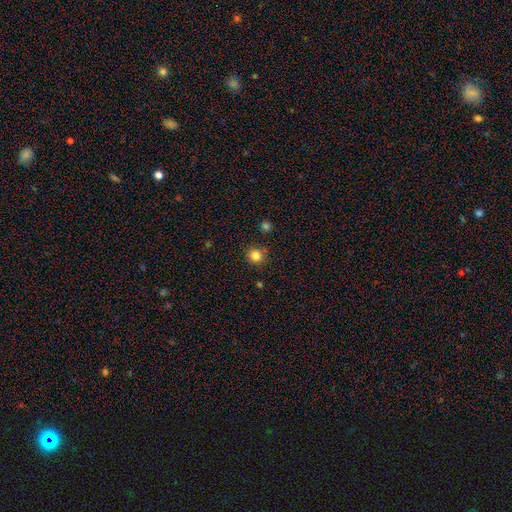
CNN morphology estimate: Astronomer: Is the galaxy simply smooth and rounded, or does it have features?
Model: smooth — 83%.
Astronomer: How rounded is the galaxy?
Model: round — 92%.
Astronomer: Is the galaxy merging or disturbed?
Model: none — 87%.